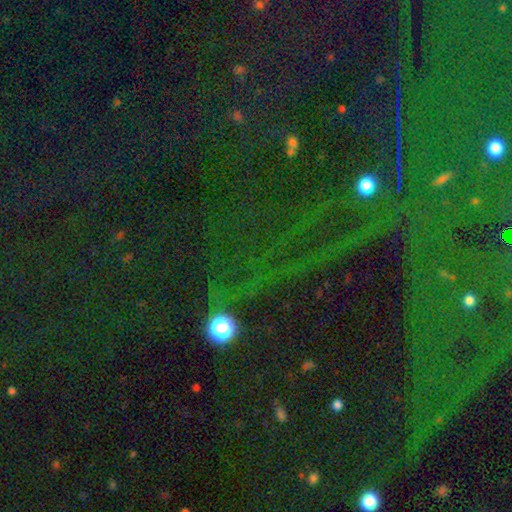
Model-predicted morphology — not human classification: Smooth or featured? star or artifact (79%)